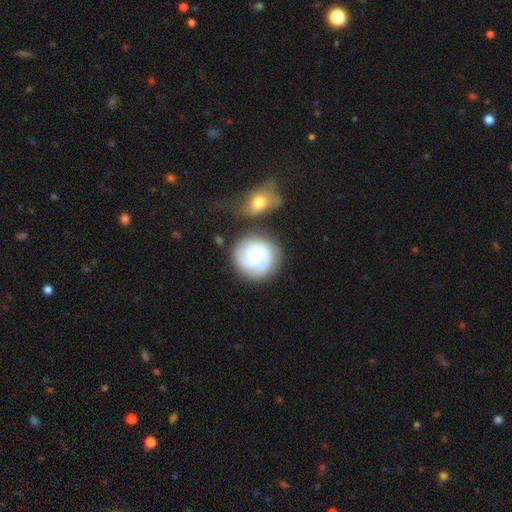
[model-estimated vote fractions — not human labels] This is likely a featured or disk galaxy (68%). It is clearly not viewed edge-on (98%). Bar: likely no (74%). Spiral arm pattern: clearly yes (91%). Spiral arm count: marginally 2 (32%, tied with 3). Spiral winding: likely tight (65%). Central bulge: possibly moderate (58%). Merging: likely none (67%).